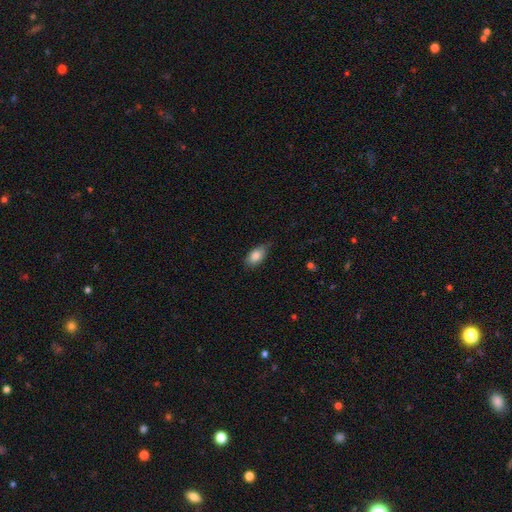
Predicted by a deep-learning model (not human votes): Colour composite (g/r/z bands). It shows a smooth galaxy with no disk features (83%) that is in between round and cigar-shaped (90%). Merging: none (64%).